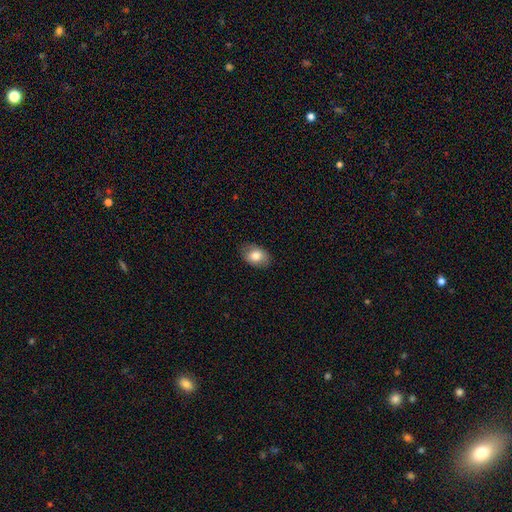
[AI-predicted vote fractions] Smooth or featured? smooth (80%)
How rounded? in between (80%)
Merging? none (84%)